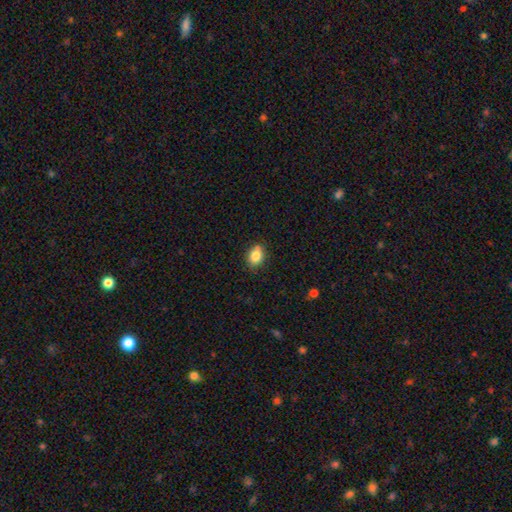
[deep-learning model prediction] A smooth galaxy with no disk features (84%) that is in between round and cigar-shaped (69%).

Vote fractions:
- Smooth or featured? smooth: 84% / star or artifact: 9% / featured or disk: 7%
- How rounded? in between: 69% / round: 29% / cigar-shaped: 1%
- Merging? none: 78% / minor disturbance: 17% / major disturbance: 3% / merger: 2%